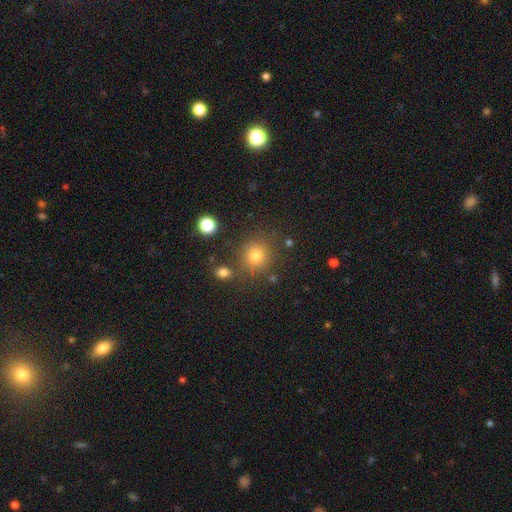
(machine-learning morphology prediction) Smooth or featured: smooth — 76% (star or artifact — 17%)
How rounded: round — 87% (in between — 12%)
Merging: none — 80% (minor disturbance — 10%)